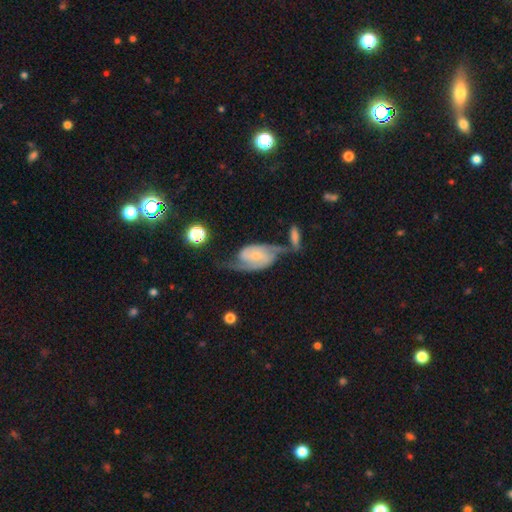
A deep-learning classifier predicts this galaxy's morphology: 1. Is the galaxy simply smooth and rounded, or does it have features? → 83% featured or disk, 11% smooth, 6% star or artifact.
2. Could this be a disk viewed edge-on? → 95% no, 5% yes.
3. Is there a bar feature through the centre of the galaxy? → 44% no, 41% weak, 15% strong.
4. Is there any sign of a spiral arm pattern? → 96% yes, 4% no.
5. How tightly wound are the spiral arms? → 46% medium, 32% loose, 22% tight.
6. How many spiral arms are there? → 89% 2, 5% can't tell, 2% 1, 2% 3, 1% 4, 1% more than 4.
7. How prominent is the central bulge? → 65% small, 22% moderate, 9% none, 3% large, 1% dominant.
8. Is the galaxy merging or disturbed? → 45% none, 21% minor disturbance, 19% merger, 15% major disturbance.